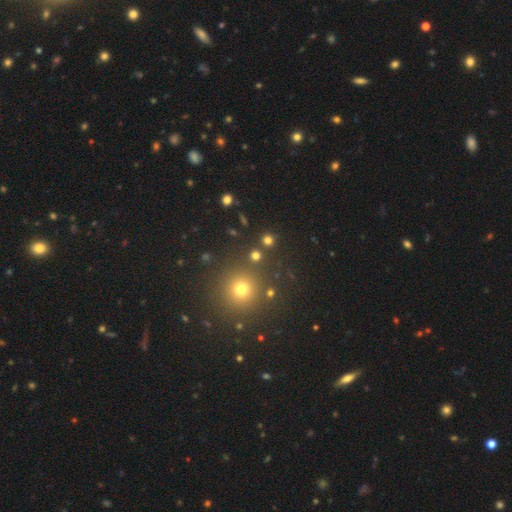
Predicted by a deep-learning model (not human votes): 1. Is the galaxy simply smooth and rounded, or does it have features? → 69% smooth, 25% star or artifact, 6% featured or disk.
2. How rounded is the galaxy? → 92% round, 7% in between, 1% cigar-shaped.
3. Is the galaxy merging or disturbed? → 85% none, 6% merger, 6% minor disturbance, 3% major disturbance.